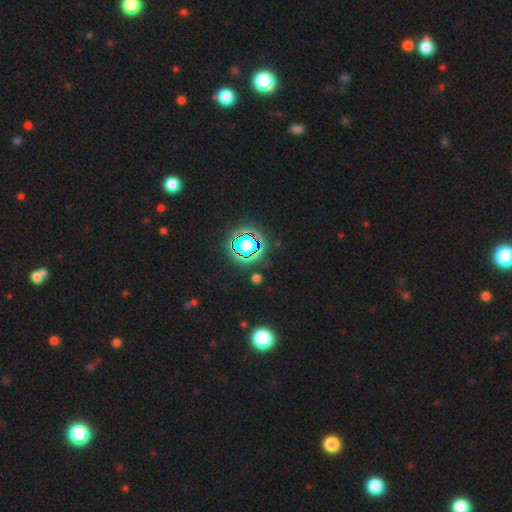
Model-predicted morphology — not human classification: This is clearly a star or artifact rather than a galaxy (81%).